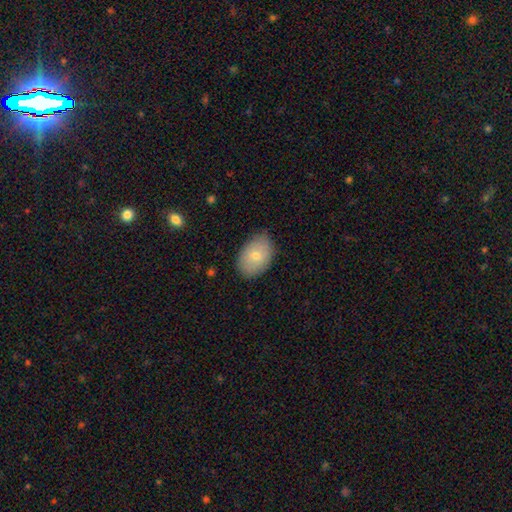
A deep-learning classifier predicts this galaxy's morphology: Smooth or featured? smooth (72%)
How rounded? in between (85%)
Merging? none (83%)